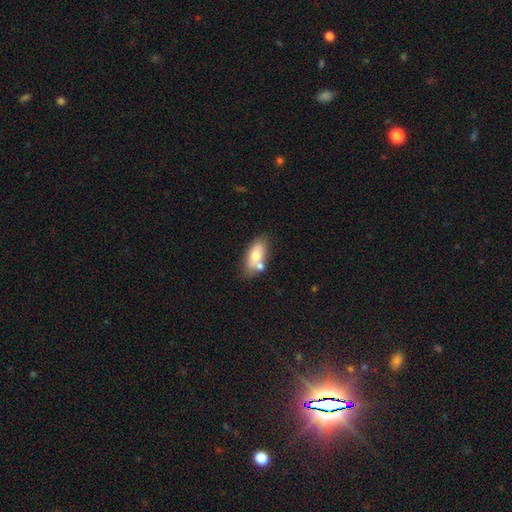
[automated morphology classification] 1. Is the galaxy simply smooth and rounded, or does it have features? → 69% smooth, 24% featured or disk, 7% star or artifact.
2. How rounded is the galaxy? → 89% in between, 6% cigar-shaped, 5% round.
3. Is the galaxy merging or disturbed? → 56% none, 23% merger, 17% minor disturbance, 5% major disturbance.